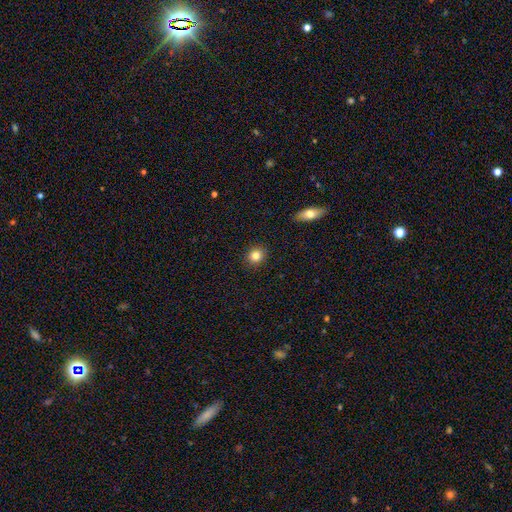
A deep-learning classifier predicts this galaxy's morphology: Smooth or featured? Predicted: smooth (p=0.83). How rounded? Predicted: round (p=0.80). Merging? Predicted: none (p=0.91).